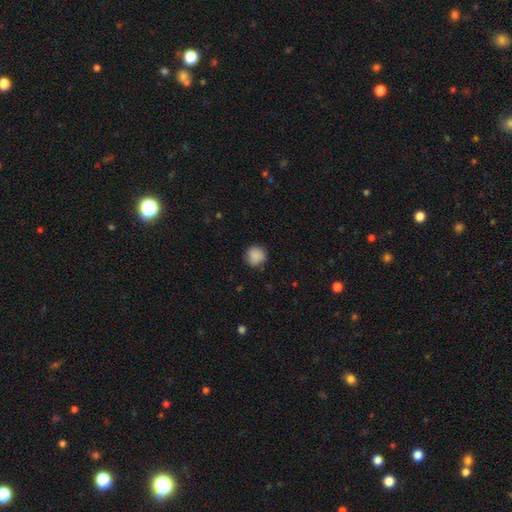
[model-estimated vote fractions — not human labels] smooth-or-featured: smooth: 87% | star or artifact: 8% | featured or disk: 4%
  how-rounded: round: 91% | in between: 8% | cigar-shaped: 1%
  merging: none: 82% | minor disturbance: 14% | major disturbance: 3% | merger: 1%